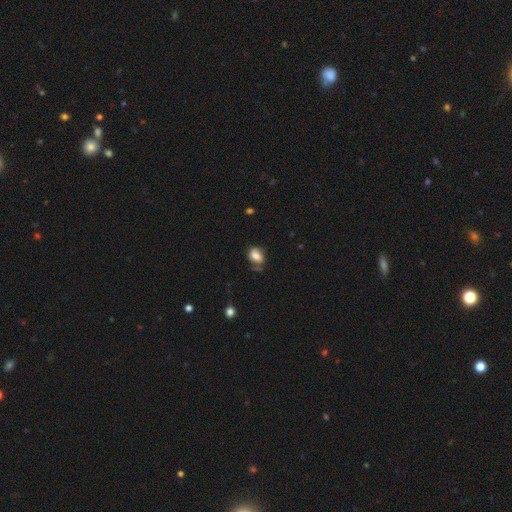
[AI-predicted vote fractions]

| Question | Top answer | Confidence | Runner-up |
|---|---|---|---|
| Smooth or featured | smooth | 78% | featured or disk (12%) |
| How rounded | in between | 79% | round (20%) |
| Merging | none | 54% | minor disturbance (29%) |